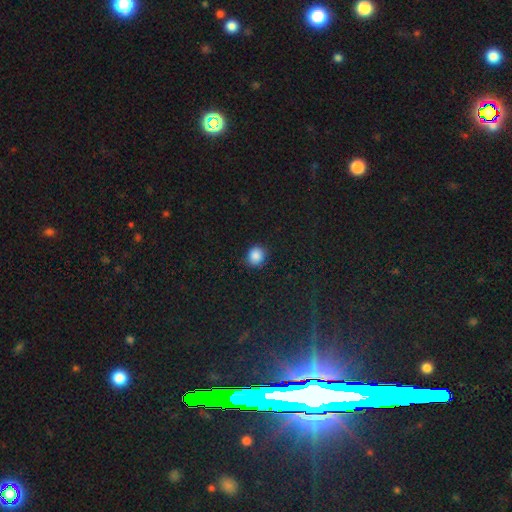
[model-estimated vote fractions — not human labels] Overall: smooth (86%). How rounded: round (82%). Merging: none (86%).